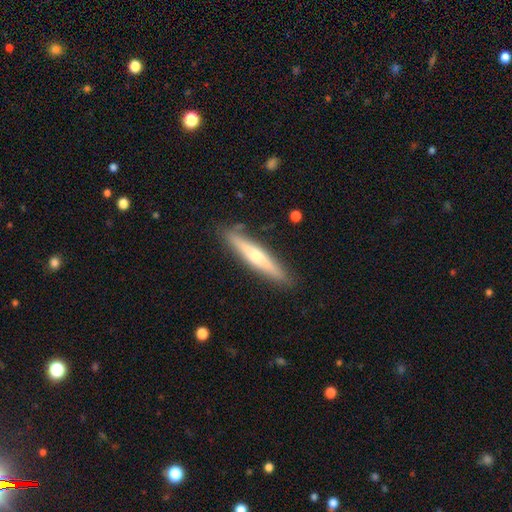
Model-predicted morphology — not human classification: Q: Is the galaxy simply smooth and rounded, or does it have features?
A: featured or disk — 52%.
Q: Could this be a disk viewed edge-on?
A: yes — 93%.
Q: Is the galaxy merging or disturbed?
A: none — 87%.